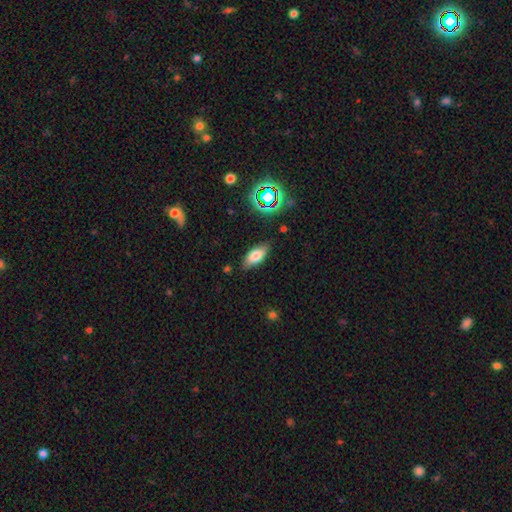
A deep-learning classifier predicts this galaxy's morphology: Smooth or featured?
  - smooth: 73% *
  - featured or disk: 16%
  - star or artifact: 11%
How rounded?
  - in between: 83% *
  - cigar-shaped: 13%
  - round: 3%
Merging?
  - none: 83% *
  - minor disturbance: 13%
  - major disturbance: 3%
  - merger: 2%